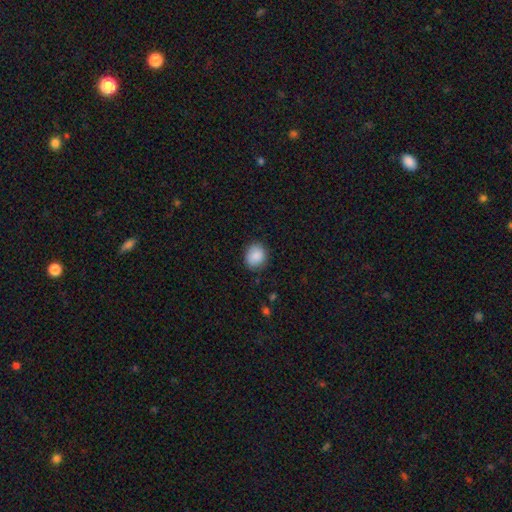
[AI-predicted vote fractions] A smooth galaxy with no disk features (88%) that is round (71%). Merging: none (84%).